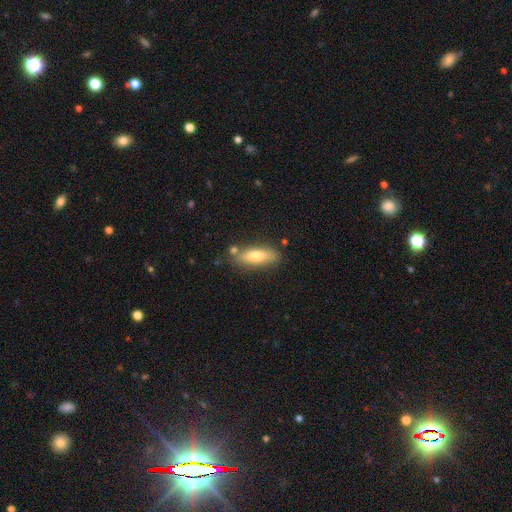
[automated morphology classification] Q: Smooth or featured?
A: smooth (70%); runner-up: featured or disk (24%)
Q: How rounded?
A: in between (54%); runner-up: cigar-shaped (43%)
Q: Merging?
A: none (77%); runner-up: minor disturbance (14%)